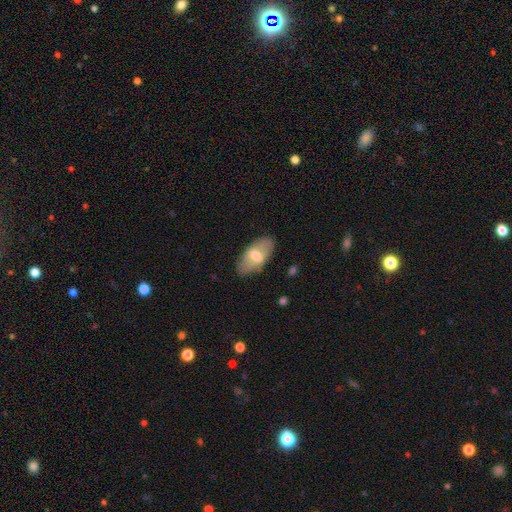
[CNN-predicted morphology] Q: Smooth or featured?
A: smooth (57%); runner-up: featured or disk (37%)
Q: How rounded?
A: in between (91%); runner-up: cigar-shaped (6%)
Q: Merging?
A: none (83%); runner-up: minor disturbance (13%)